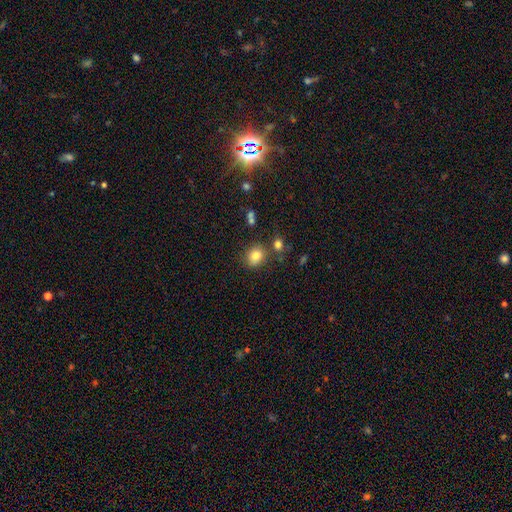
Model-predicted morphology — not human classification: smooth_or_featured: smooth (p=0.81) [alt: star or artifact p=0.11]
how_rounded: round (p=0.60) [alt: in between p=0.39]
merging: none (p=0.76) [alt: minor disturbance p=0.12]